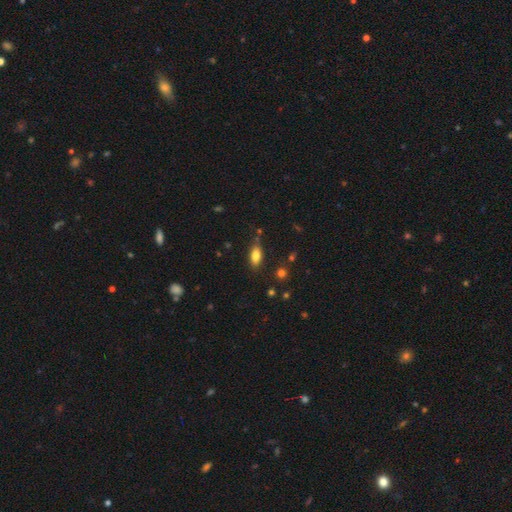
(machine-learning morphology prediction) smooth_or_featured: smooth (p=0.80) [alt: featured or disk p=0.11]
how_rounded: in between (p=0.85) [alt: cigar-shaped p=0.11]
merging: none (p=0.76) [alt: minor disturbance p=0.17]